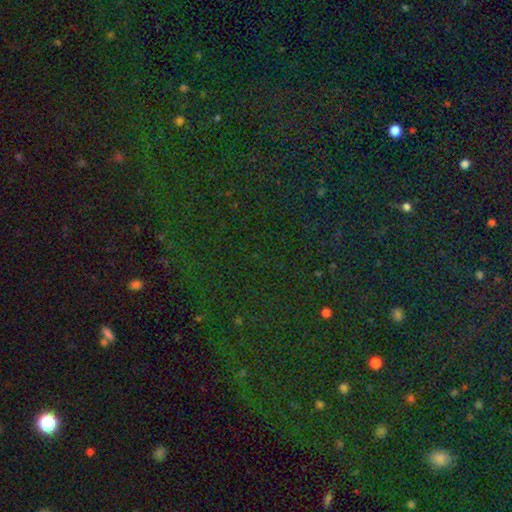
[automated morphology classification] A star or artifact, not a galaxy (81%).

Vote fractions:
- Smooth or featured? star or artifact: 81% / smooth: 11% / featured or disk: 8%